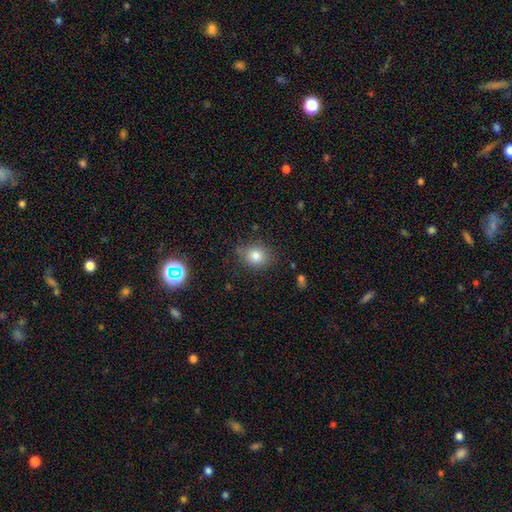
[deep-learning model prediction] The model was most divided on "how rounded": round: 63%, in between: 36%, cigar-shaped: 1%. More confident: smooth or featured — smooth (81%); merging — none (78%).